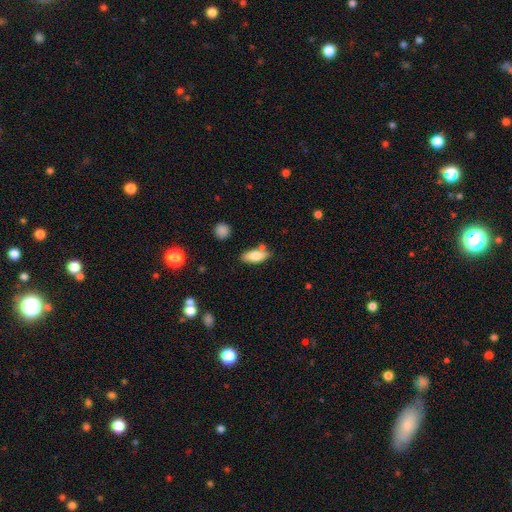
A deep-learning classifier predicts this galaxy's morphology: Smooth or featured: smooth — 76% (featured or disk — 17%)
How rounded: in between — 80% (cigar-shaped — 18%)
Merging: none — 72% (minor disturbance — 16%)